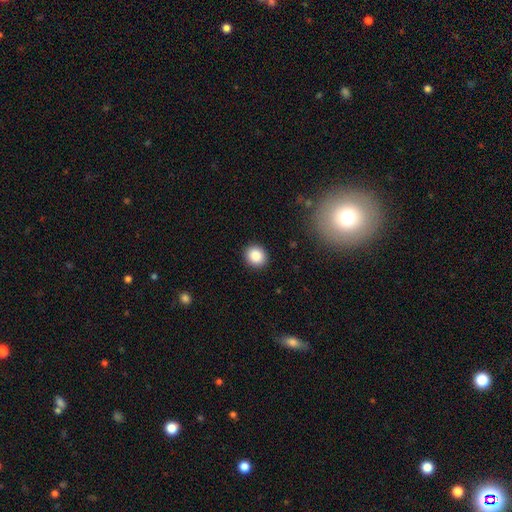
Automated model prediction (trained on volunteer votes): Morphology: type=smooth (88%); roundness=round (77%); merging=none (90%).